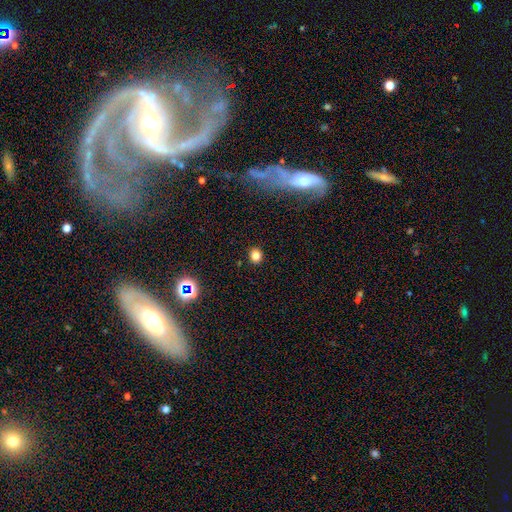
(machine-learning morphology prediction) smooth_or_featured: smooth (p=0.80) [alt: star or artifact p=0.15]
how_rounded: round (p=0.74) [alt: in between p=0.25]
merging: none (p=0.91) [alt: minor disturbance p=0.06]